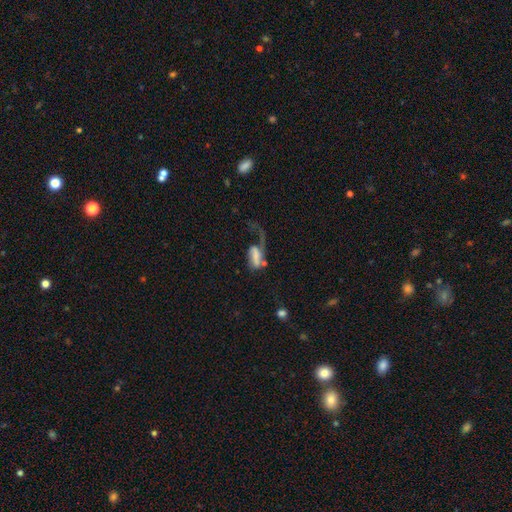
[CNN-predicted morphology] type=featured or disk (50%); merging=major disturbance (56%).